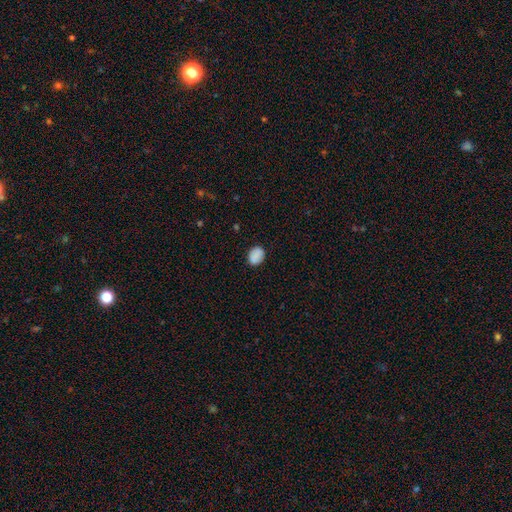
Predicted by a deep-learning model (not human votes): A smooth galaxy with no disk features (87%) that is in between round and cigar-shaped (65%). Merging: none (83%).